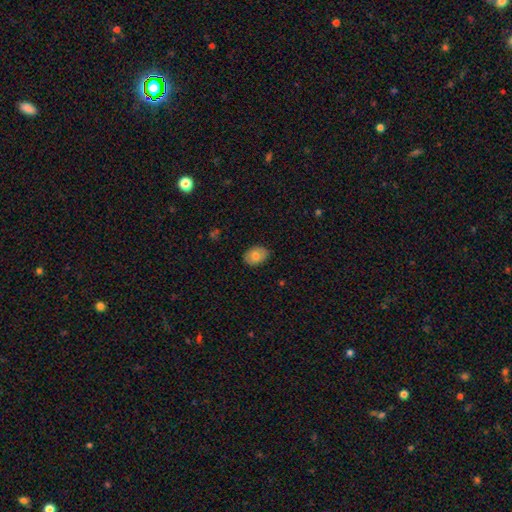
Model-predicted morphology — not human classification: A smooth galaxy with no disk features (75%) that is in between round and cigar-shaped (73%).

Vote fractions:
- Smooth or featured? smooth: 75% / featured or disk: 18% / star or artifact: 7%
- How rounded? in between: 73% / round: 26% / cigar-shaped: 1%
- Merging? none: 87% / minor disturbance: 10% / major disturbance: 2% / merger: 1%